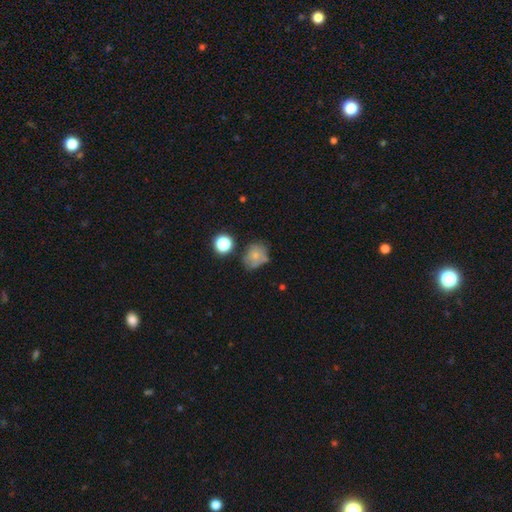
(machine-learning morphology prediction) Smooth or featured: smooth — 64% (featured or disk — 23%)
How rounded: round — 57% (in between — 42%)
Merging: none — 48% (minor disturbance — 28%)